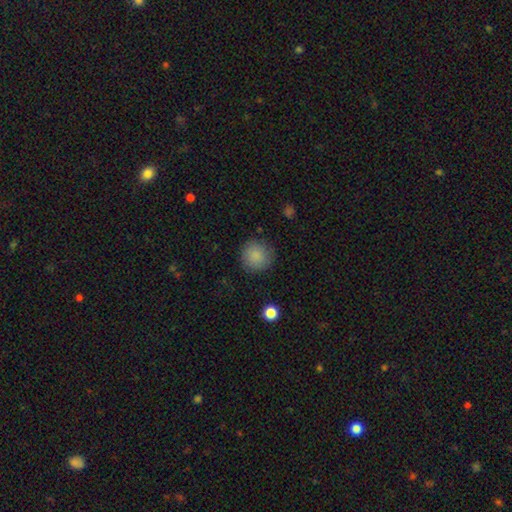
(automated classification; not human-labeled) Smooth or featured? Predicted: smooth (p=0.87). How rounded? Predicted: round (p=0.93). Merging? Predicted: none (p=0.84).